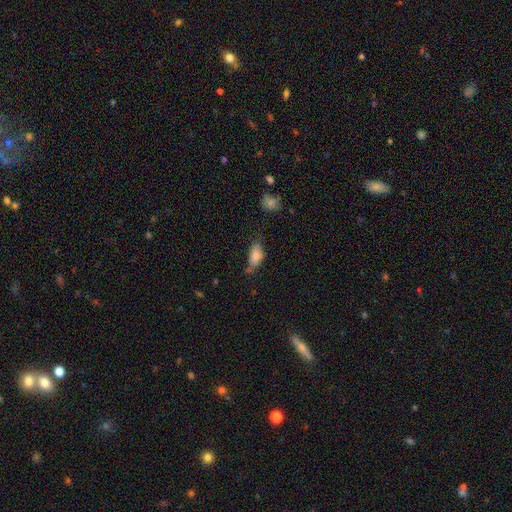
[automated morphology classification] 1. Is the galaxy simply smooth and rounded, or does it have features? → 82% smooth, 10% featured or disk, 8% star or artifact.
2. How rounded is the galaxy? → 89% in between, 7% cigar-shaped, 4% round.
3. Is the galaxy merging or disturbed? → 51% none, 32% minor disturbance, 9% major disturbance, 8% merger.